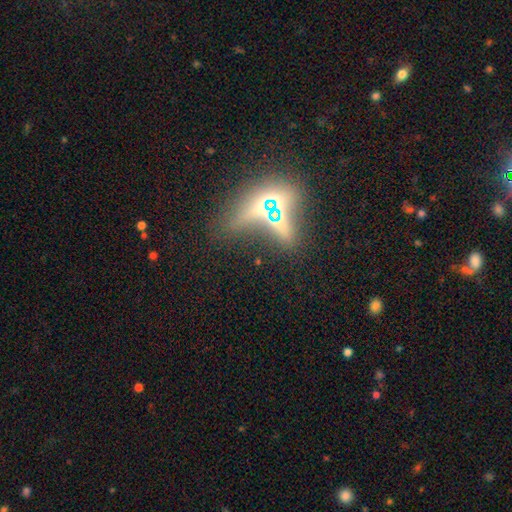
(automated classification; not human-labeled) This is possibly a featured or disk galaxy (50%). Merging: possibly merger (56%).